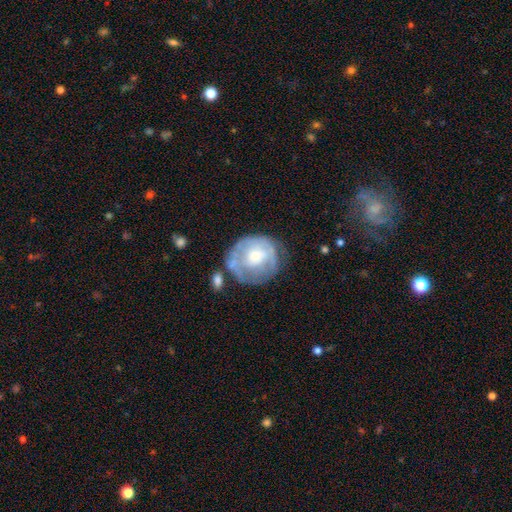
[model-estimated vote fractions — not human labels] smooth-or-featured: featured or disk: 57% | smooth: 36% | star or artifact: 7%
  disk-edge-on: no: 97% | yes: 3%
    bar: no: 78% | weak: 18% | strong: 4%
    has-spiral-arms: no: 51% | yes: 49%
    bulge-size: small: 47% | moderate: 41% | large: 7% | none: 4% | dominant: 2%
  merging: none: 50% | minor disturbance: 24% | major disturbance: 18% | merger: 8%